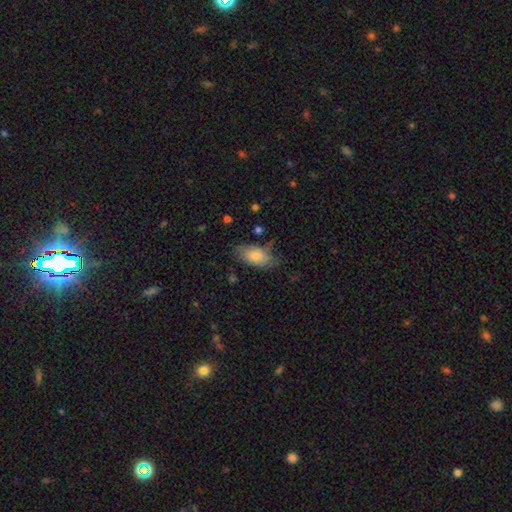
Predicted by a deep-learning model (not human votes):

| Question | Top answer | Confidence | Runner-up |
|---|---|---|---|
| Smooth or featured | smooth | 76% | featured or disk (18%) |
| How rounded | in between | 93% | cigar-shaped (4%) |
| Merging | none | 57% | minor disturbance (30%) |